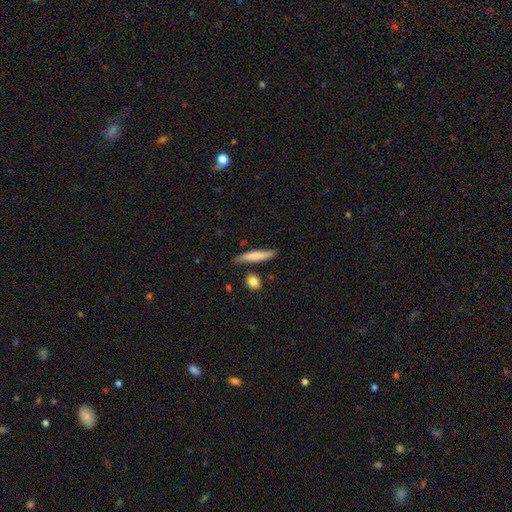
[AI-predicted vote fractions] Smooth or featured? Predicted: smooth (p=0.72). How rounded? Predicted: cigar-shaped (p=0.89). Merging? Predicted: none (p=0.79).